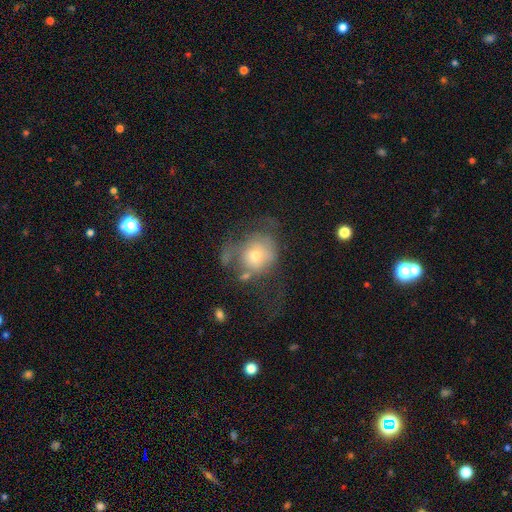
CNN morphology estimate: A smooth galaxy with no disk features (50%) that is round (70%). Merging: major disturbance (44%).